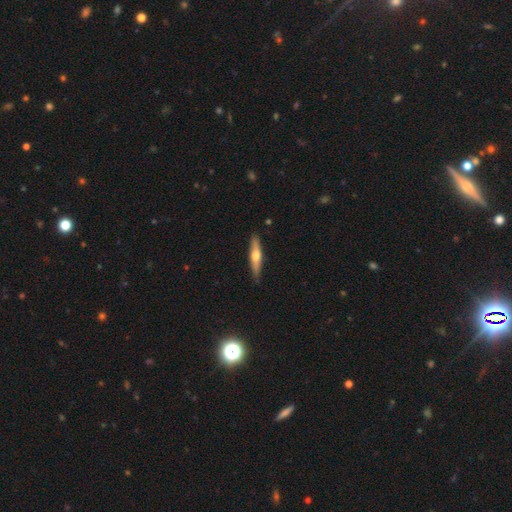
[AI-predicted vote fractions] A smooth galaxy with no disk features (48%).

Vote fractions:
- Smooth or featured? smooth: 48% / featured or disk: 47% / star or artifact: 5%
- Merging? none: 86% / minor disturbance: 11% / major disturbance: 2% / merger: 1%